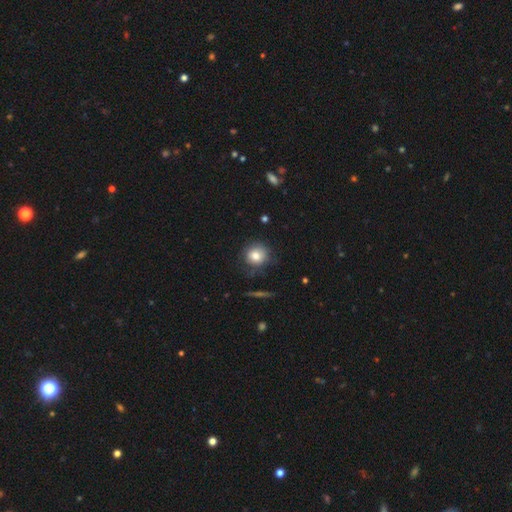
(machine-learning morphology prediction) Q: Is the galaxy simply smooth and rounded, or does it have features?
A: smooth — 78%.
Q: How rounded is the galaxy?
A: round — 88%.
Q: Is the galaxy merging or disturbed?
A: none — 76%.